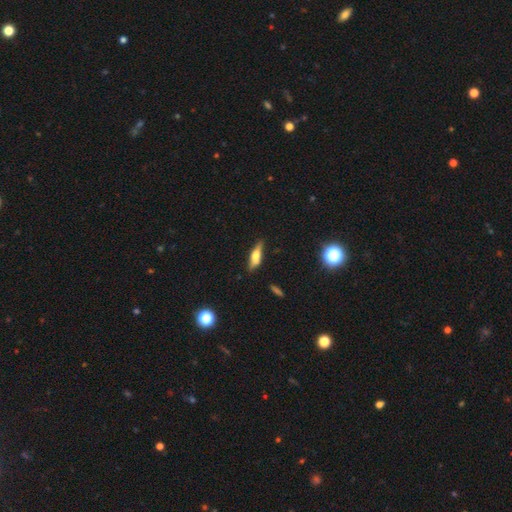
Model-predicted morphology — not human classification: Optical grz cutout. It shows a smooth galaxy with no disk features (52%) that is cigar-shaped (59%). Merging: none (81%).